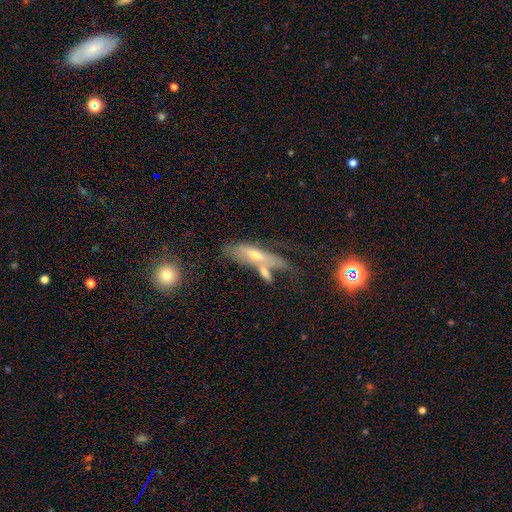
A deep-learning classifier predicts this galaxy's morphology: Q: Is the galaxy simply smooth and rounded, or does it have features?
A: featured or disk — 51%.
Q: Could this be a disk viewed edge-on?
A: yes — 54%.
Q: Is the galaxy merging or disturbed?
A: none — 35%.